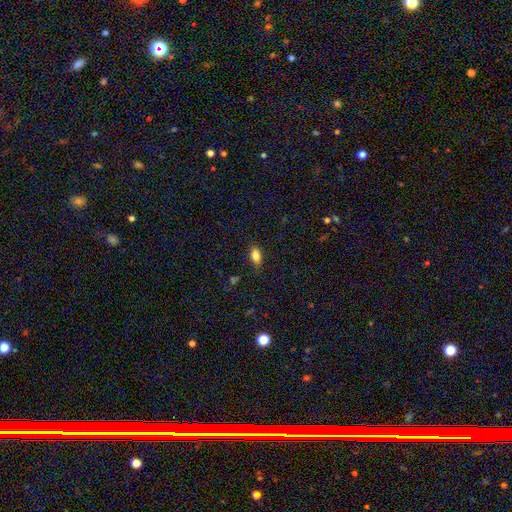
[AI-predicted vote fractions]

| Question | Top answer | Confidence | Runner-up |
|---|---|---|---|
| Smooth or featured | smooth | 84% | star or artifact (9%) |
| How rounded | in between | 89% | round (6%) |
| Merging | none | 83% | minor disturbance (13%) |